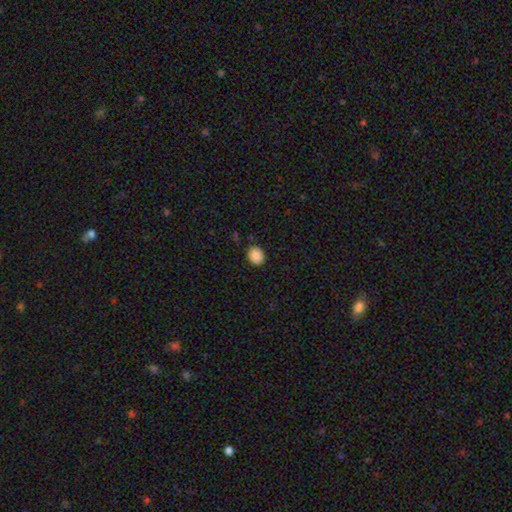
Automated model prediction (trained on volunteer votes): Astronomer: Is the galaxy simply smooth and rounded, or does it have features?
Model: smooth — 85%.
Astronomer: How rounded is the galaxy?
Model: round — 69%.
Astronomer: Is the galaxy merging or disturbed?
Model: none — 90%.